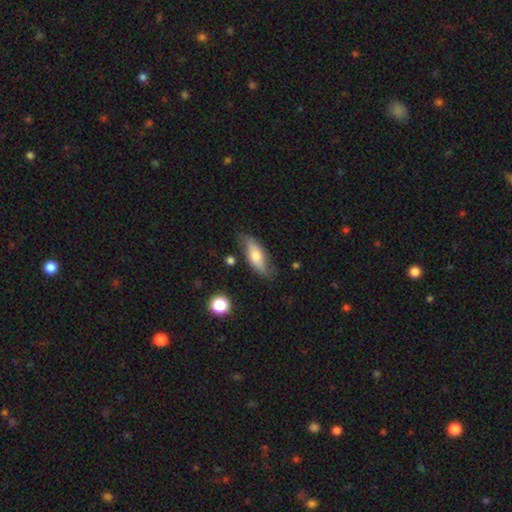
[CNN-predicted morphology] Q: Smooth or featured?
A: smooth (62%); runner-up: featured or disk (32%)
Q: How rounded?
A: in between (67%); runner-up: cigar-shaped (30%)
Q: Merging?
A: none (69%); runner-up: minor disturbance (23%)